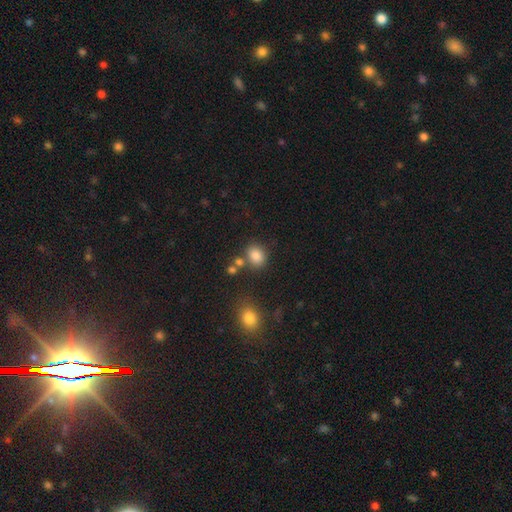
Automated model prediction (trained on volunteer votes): Q: Smooth or featured?
A: smooth (83%); runner-up: star or artifact (11%)
Q: How rounded?
A: round (54%); runner-up: in between (45%)
Q: Merging?
A: none (70%); runner-up: merger (13%)